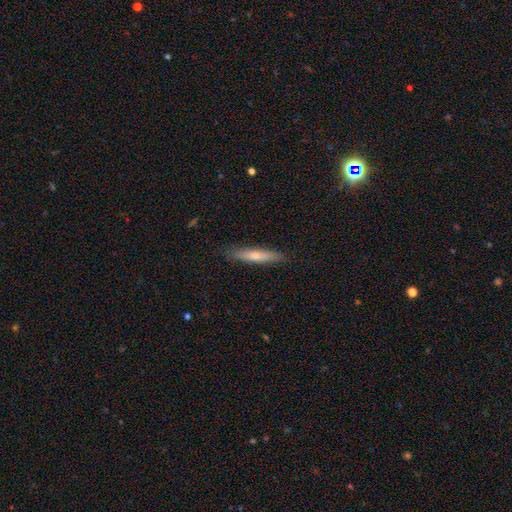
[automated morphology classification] A smooth galaxy with no disk features (62%) that is cigar-shaped (89%). Merging: none (88%).